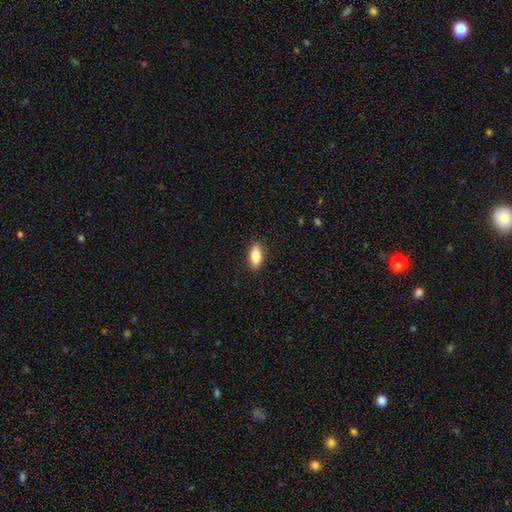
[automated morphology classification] Smooth or featured?
  - smooth: 84% *
  - featured or disk: 10%
  - star or artifact: 7%
How rounded?
  - in between: 86% *
  - cigar-shaped: 10%
  - round: 3%
Merging?
  - none: 89% *
  - minor disturbance: 8%
  - major disturbance: 2%
  - merger: 1%